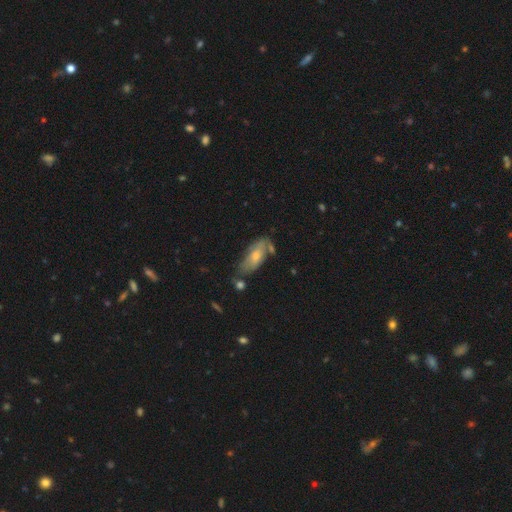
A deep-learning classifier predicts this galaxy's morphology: Overall: smooth (59%; featured or disk 34%). How rounded: in between (78%). Merging: none (51%; minor disturbance 27%).